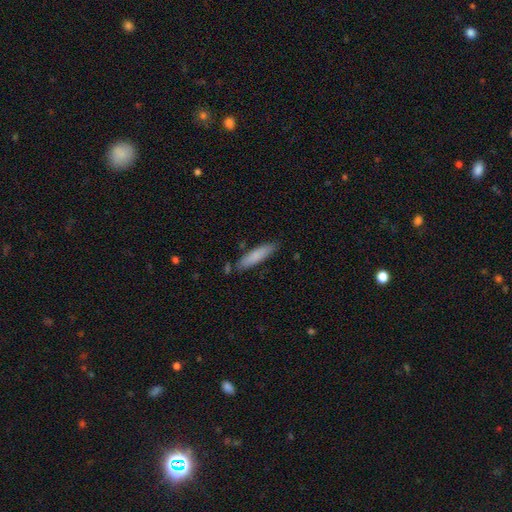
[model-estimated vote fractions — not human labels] Q: Smooth or featured?
A: smooth (81%); runner-up: featured or disk (14%)
Q: How rounded?
A: cigar-shaped (80%); runner-up: in between (18%)
Q: Merging?
A: none (80%); runner-up: minor disturbance (13%)